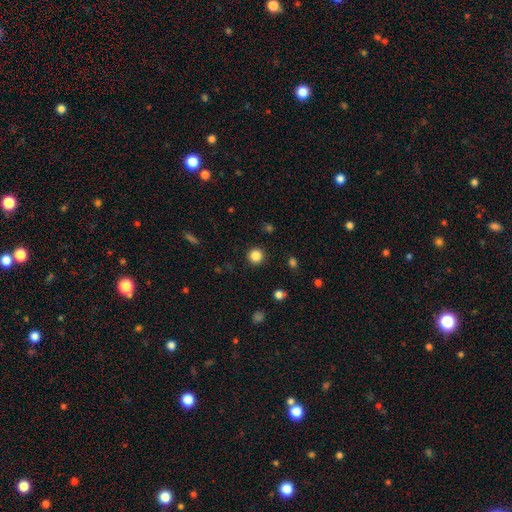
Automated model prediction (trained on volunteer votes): Smooth or featured: smooth — 85% (star or artifact — 11%)
How rounded: round — 95% (in between — 4%)
Merging: none — 92% (minor disturbance — 5%)